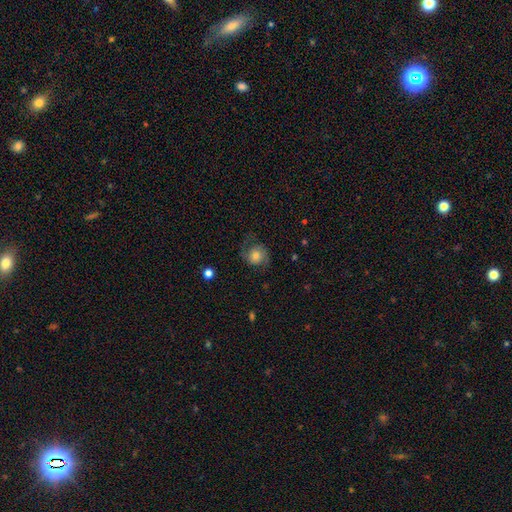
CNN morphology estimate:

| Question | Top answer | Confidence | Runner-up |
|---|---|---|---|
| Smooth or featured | featured or disk | 62% | smooth (29%) |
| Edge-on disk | no | 97% | yes (3%) |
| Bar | no | 74% | weak (22%) |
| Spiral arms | yes | 92% | no (8%) |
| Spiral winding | medium | 46% | loose (35%) |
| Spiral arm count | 2 | 89% | can't tell (4%) |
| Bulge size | moderate | 54% | small (23%) |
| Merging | none | 69% | minor disturbance (18%) |